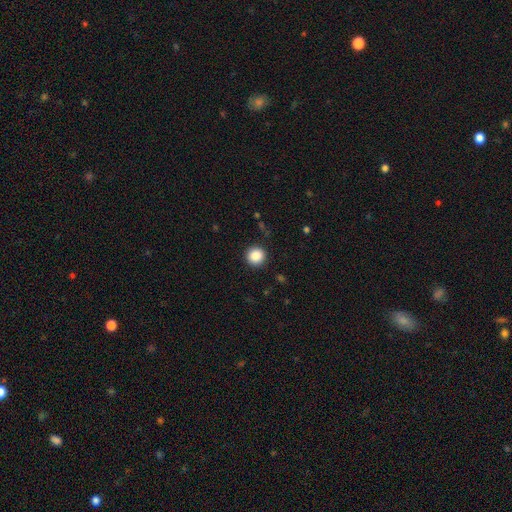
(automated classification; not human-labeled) smooth_or_featured: smooth (p=0.87) [alt: star or artifact p=0.09]
how_rounded: round (p=0.95) [alt: in between p=0.04]
merging: none (p=0.92) [alt: minor disturbance p=0.05]